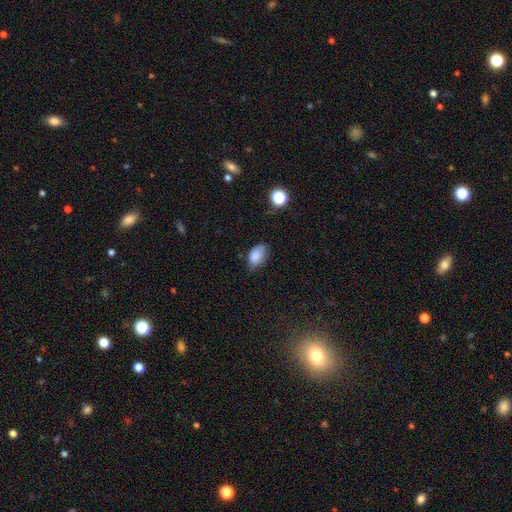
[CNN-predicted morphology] smooth-or-featured: smooth: 83% | star or artifact: 9% | featured or disk: 8%
  how-rounded: in between: 87% | round: 12% | cigar-shaped: 1%
  merging: none: 51% | minor disturbance: 39% | major disturbance: 8% | merger: 2%